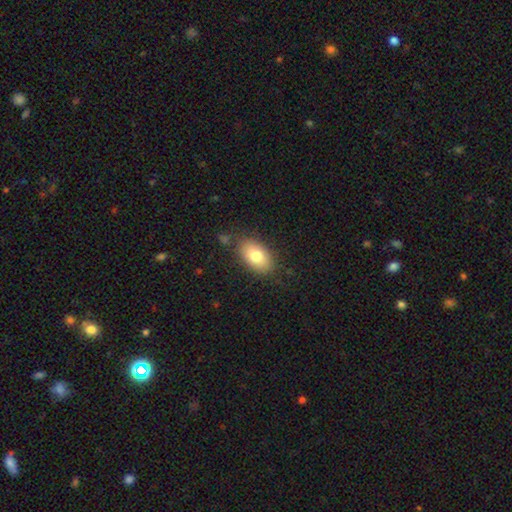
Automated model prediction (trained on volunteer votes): Smooth or featured: smooth — 80% (featured or disk — 12%)
How rounded: in between — 91% (round — 7%)
Merging: none — 80% (minor disturbance — 14%)